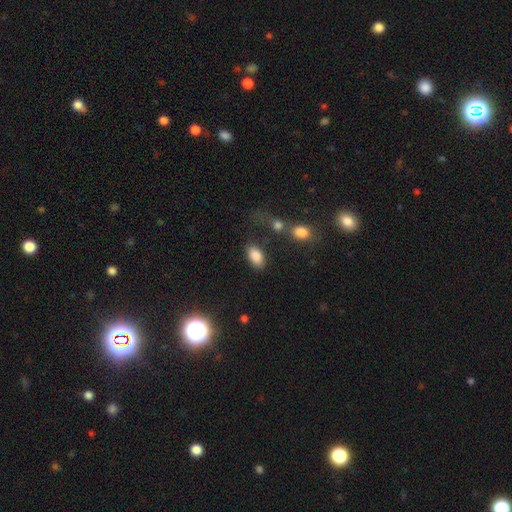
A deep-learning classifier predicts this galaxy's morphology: smooth_or_featured: smooth (p=0.86) [alt: star or artifact p=0.08]
how_rounded: in between (p=0.92) [alt: round p=0.05]
merging: none (p=0.72) [alt: minor disturbance p=0.14]